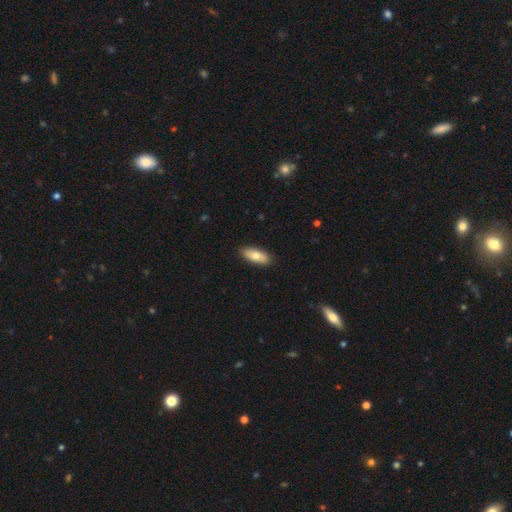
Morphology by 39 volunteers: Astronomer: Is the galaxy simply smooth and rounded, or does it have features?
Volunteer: smooth — 67%.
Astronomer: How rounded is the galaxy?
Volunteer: in between — 88%.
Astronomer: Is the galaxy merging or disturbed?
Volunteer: none — 92%.